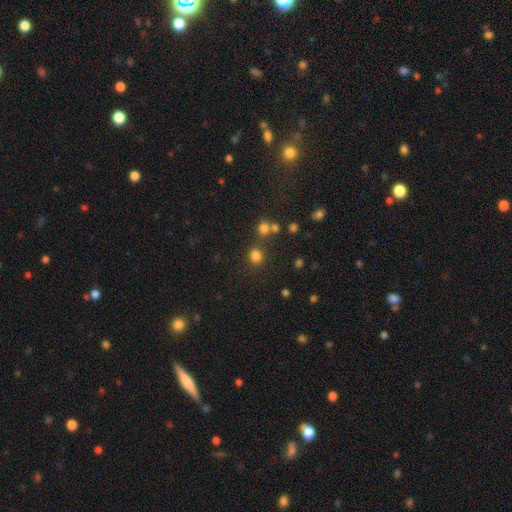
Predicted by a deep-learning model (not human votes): smooth 78%, star or artifact 17%, featured or disk 5%. Down the decision tree: how rounded — round (85%); merging — none (76%).